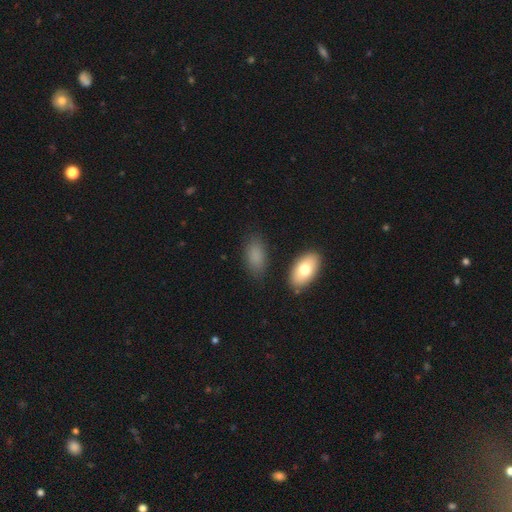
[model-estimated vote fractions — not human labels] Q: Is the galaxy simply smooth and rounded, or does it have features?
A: smooth — 83%.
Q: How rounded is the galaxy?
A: in between — 92%.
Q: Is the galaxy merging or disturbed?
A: none — 77%.